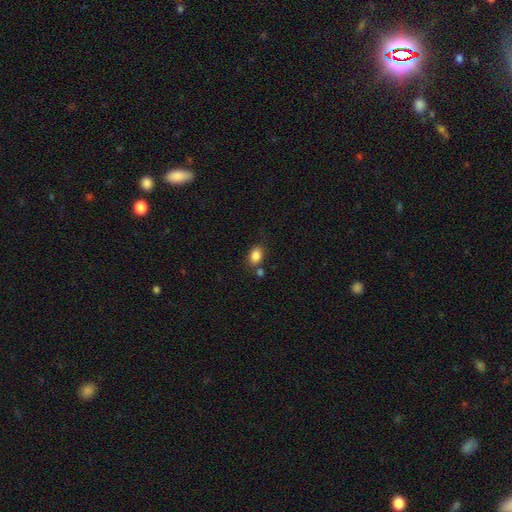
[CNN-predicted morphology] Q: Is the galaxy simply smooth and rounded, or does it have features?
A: smooth — 85%.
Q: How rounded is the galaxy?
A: in between — 75%.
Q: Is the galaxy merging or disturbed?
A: none — 69%.